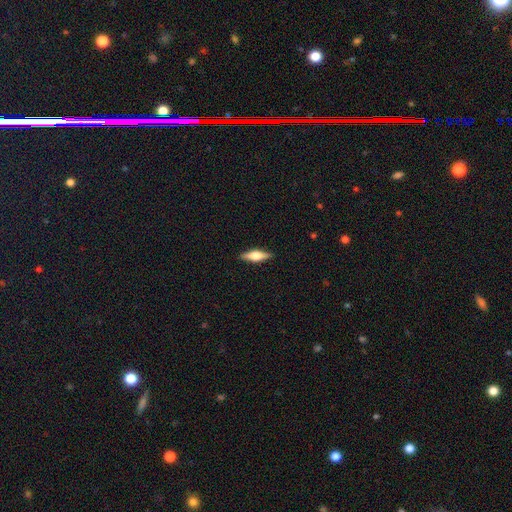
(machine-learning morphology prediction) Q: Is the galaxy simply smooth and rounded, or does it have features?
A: featured or disk — 57%.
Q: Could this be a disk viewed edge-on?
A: yes — 96%.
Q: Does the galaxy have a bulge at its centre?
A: rounded — 90%.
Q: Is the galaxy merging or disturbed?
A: none — 89%.